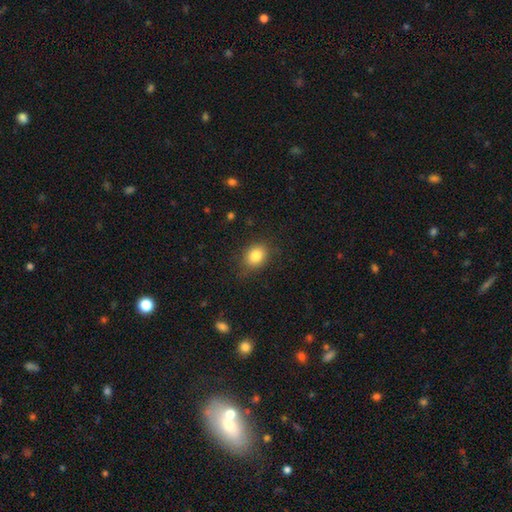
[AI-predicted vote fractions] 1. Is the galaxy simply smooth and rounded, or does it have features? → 84% smooth, 10% star or artifact, 6% featured or disk.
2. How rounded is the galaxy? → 54% in between, 45% round, 1% cigar-shaped.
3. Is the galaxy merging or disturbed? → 81% none, 14% minor disturbance, 4% major disturbance, 1% merger.